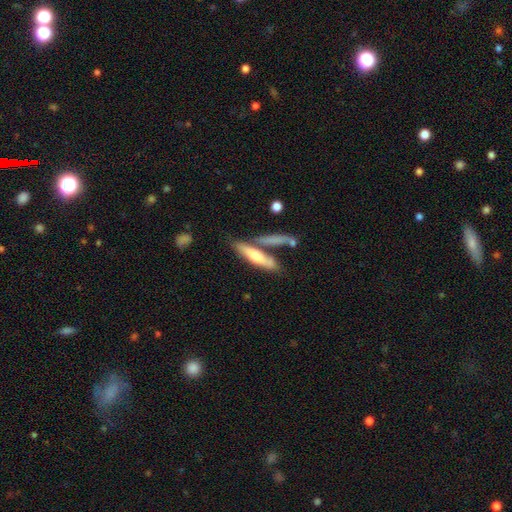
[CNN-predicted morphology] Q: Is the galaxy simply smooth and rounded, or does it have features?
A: smooth — 53%.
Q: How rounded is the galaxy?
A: cigar-shaped — 76%.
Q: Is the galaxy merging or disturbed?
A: none — 56%.